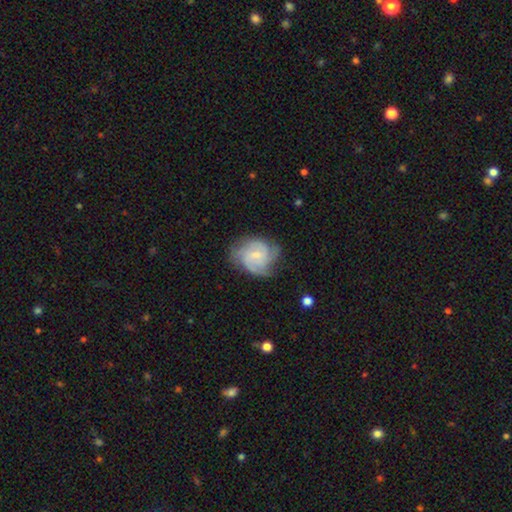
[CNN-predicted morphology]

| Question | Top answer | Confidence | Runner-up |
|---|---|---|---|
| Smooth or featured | featured or disk | 78% | smooth (16%) |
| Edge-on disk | no | 98% | yes (2%) |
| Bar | weak | 51% | no (40%) |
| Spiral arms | yes | 95% | no (5%) |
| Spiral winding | tight | 50% | medium (41%) |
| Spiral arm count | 3 | 35% | 2 (25%) |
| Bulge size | small | 58% | moderate (28%) |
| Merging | none | 64% | minor disturbance (24%) |